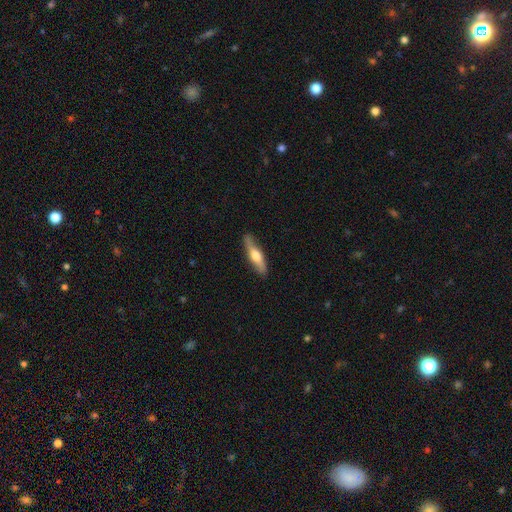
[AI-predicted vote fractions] Smooth or featured: featured or disk — 50% (smooth — 45%)
Merging: none — 85% (minor disturbance — 12%)